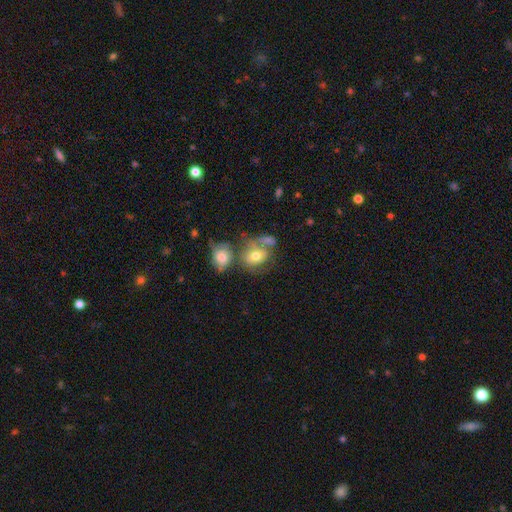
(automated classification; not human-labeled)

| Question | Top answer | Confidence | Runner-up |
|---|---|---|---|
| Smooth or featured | smooth | 63% | featured or disk (28%) |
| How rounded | round | 52% | in between (47%) |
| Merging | merger | 41% | none (30%) |